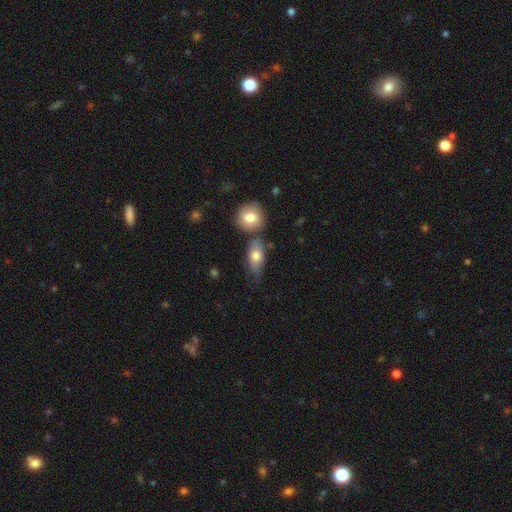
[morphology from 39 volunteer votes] smooth-or-featured: smooth: 87% | featured or disk: 8% | star or artifact: 5%
  how-rounded: in between: 79% | cigar-shaped: 12% | round: 9%
  merging: none: 54% | minor disturbance: 30% | merger: 11% | major disturbance: 5%